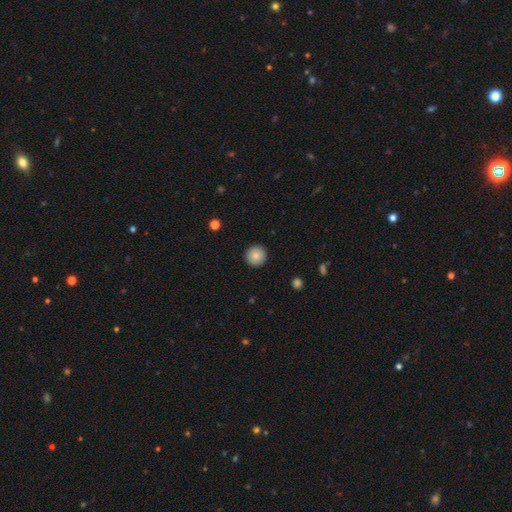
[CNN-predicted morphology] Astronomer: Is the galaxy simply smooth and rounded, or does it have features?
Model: smooth — 86%.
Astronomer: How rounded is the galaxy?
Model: round — 95%.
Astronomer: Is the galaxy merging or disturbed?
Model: none — 93%.